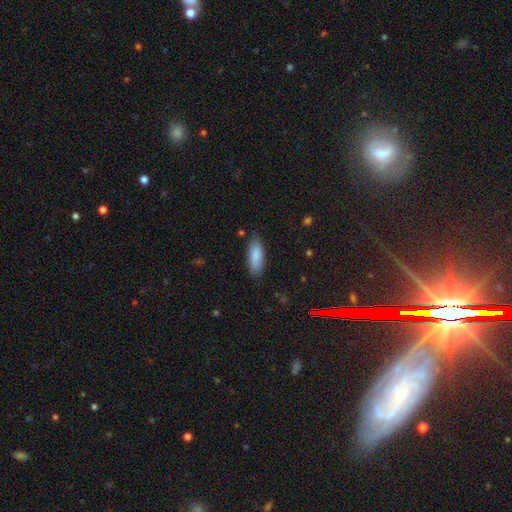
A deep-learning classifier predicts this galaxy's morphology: Smooth or featured?
  - smooth: 87% *
  - featured or disk: 7%
  - star or artifact: 6%
How rounded?
  - in between: 70% *
  - cigar-shaped: 28%
  - round: 2%
Merging?
  - none: 81% *
  - minor disturbance: 14%
  - major disturbance: 3%
  - merger: 1%